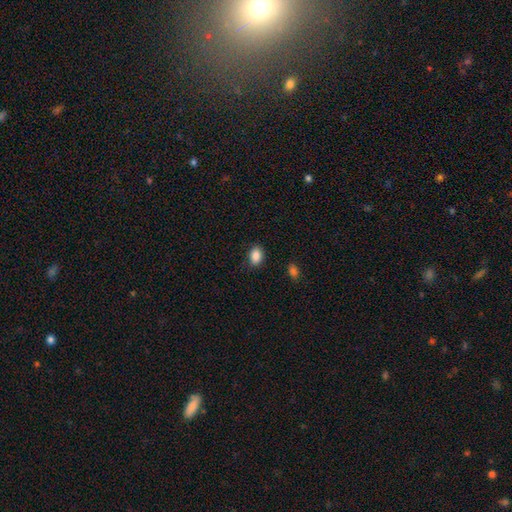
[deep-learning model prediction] smooth-or-featured: smooth: 88% | star or artifact: 8% | featured or disk: 4%
  how-rounded: in between: 79% | round: 20% | cigar-shaped: 1%
  merging: none: 86% | minor disturbance: 11% | major disturbance: 3% | merger: 1%